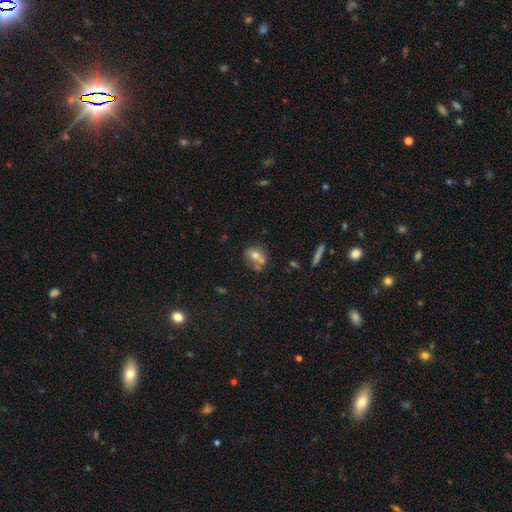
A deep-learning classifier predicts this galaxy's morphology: This appears to be a smooth galaxy with no disk features (66%) that is round (52%). Merging: none (41%).